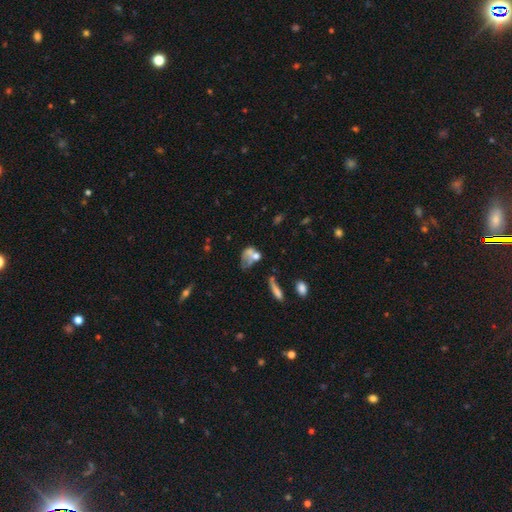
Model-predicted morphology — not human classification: type=smooth (50%); roundness=in between (66%); merging=merger (36%).